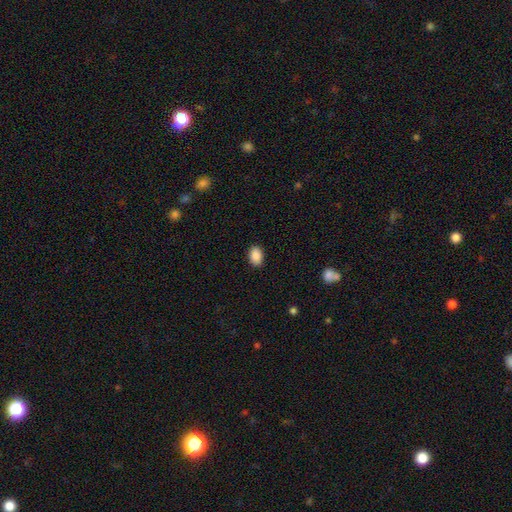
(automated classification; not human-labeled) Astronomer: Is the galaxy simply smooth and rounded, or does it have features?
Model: smooth — 89%.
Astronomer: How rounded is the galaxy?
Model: in between — 83%.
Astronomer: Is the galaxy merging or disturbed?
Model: none — 90%.